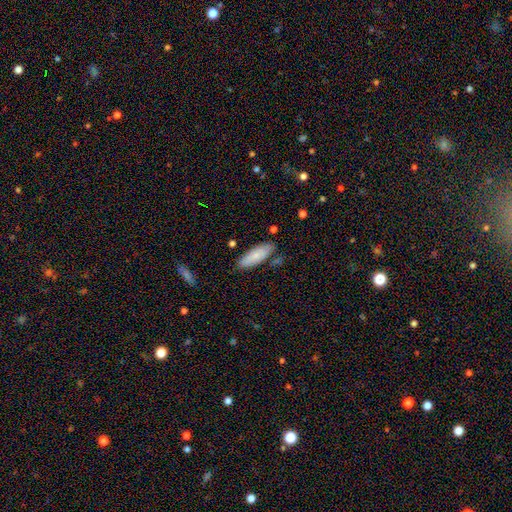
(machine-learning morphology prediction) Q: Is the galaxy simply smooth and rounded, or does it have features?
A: smooth — 76%.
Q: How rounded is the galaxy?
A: in between — 64%.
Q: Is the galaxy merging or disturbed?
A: none — 78%.